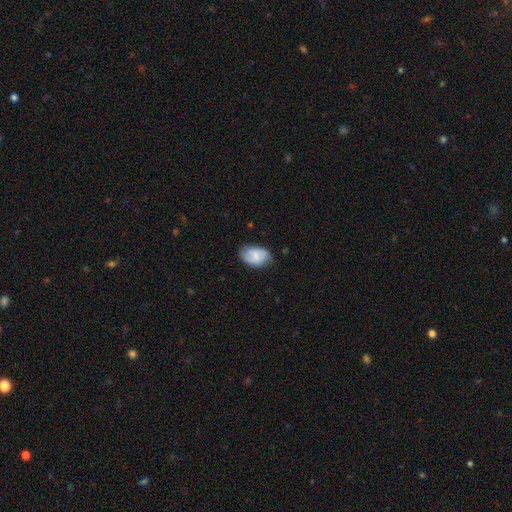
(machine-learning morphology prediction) This is possibly a smooth galaxy (54%). How rounded: clearly in between (83%). Merging: likely none (65%).